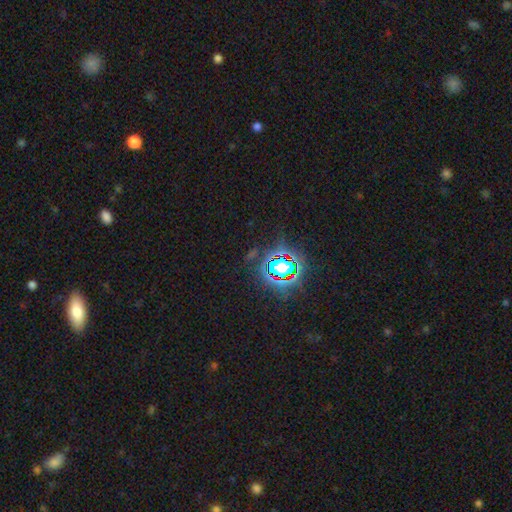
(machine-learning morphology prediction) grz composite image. It shows a star or artifact, not a galaxy (79%).